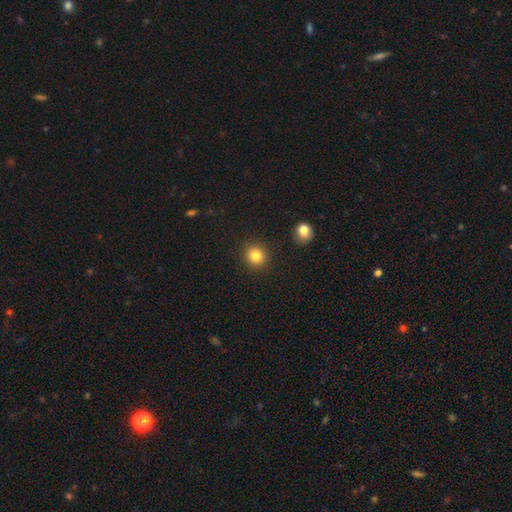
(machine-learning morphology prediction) Overall: smooth (84%). How rounded: round (89%). Merging: none (90%).